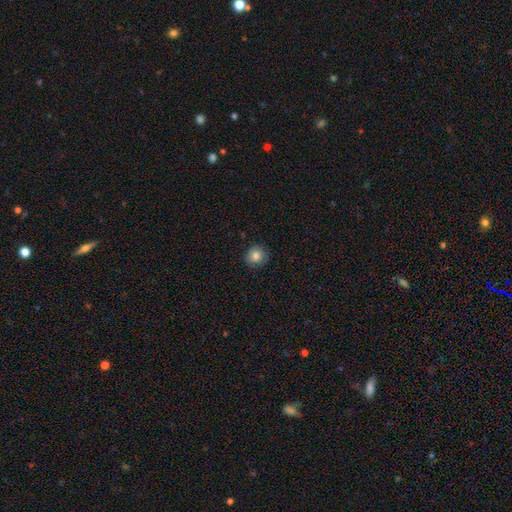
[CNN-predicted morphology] A smooth galaxy with no disk features (82%) that is round (91%).

Vote fractions:
- Smooth or featured? smooth: 82% / star or artifact: 10% / featured or disk: 8%
- How rounded? round: 91% / in between: 8% / cigar-shaped: 1%
- Merging? none: 87% / minor disturbance: 10% / major disturbance: 2% / merger: 1%